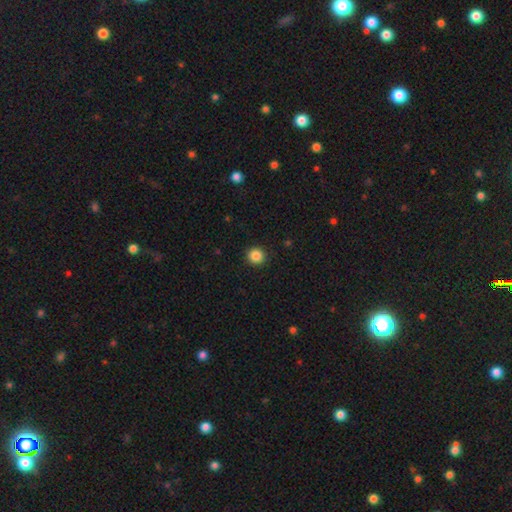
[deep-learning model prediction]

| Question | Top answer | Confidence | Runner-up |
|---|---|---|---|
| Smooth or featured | smooth | 87% | star or artifact (10%) |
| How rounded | round | 91% | in between (8%) |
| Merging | none | 92% | minor disturbance (5%) |